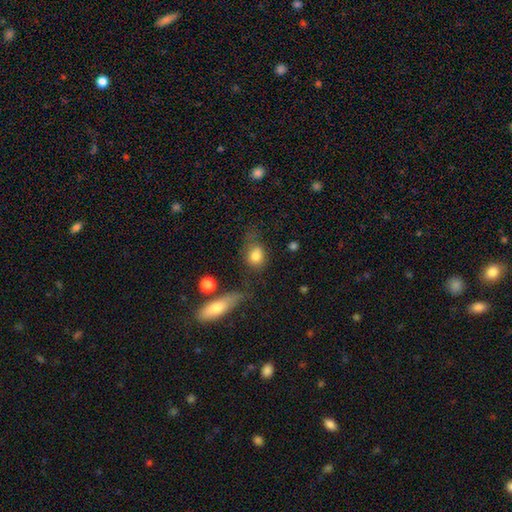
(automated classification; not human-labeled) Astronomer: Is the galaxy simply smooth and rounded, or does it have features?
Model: smooth — 79%.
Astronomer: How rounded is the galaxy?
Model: in between — 61% (runner-up: round, 36%).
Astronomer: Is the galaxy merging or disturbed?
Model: none — 50% (runner-up: minor disturbance, 26%).